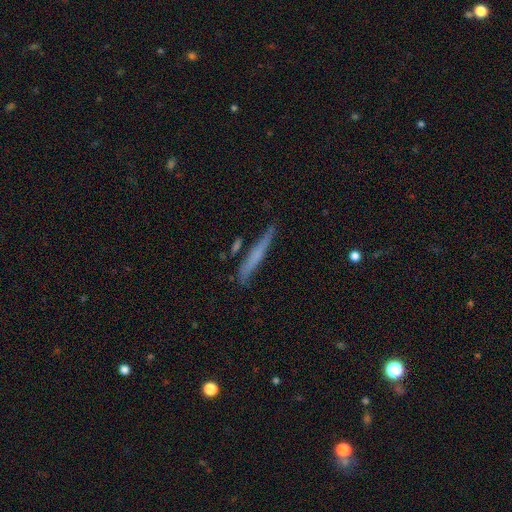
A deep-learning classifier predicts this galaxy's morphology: This appears to be a smooth galaxy with no disk features (54%) that is cigar-shaped (96%). Merging: none (80%).